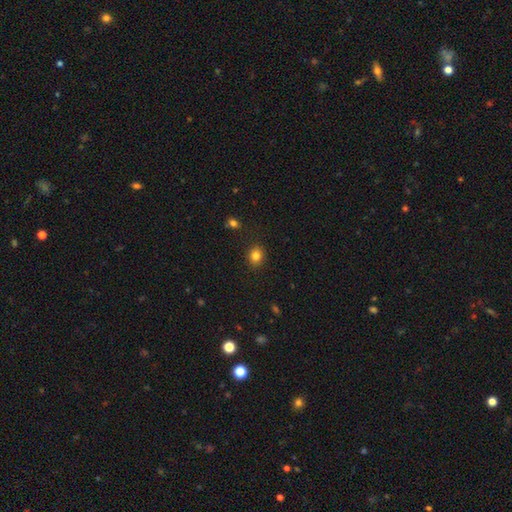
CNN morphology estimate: Smooth or featured? smooth (82%)
How rounded? round (69%)
Merging? none (89%)